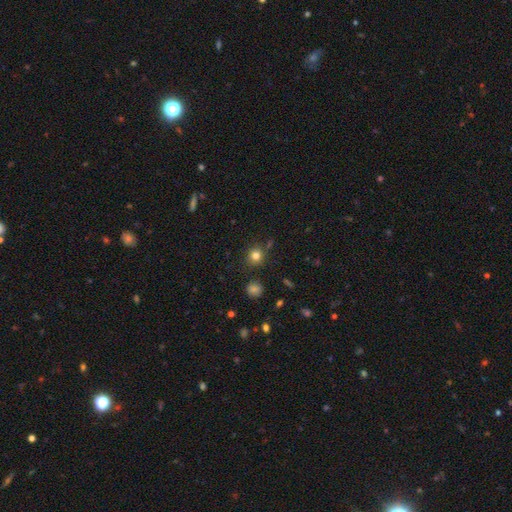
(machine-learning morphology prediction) smooth_or_featured: smooth (p=0.80) [alt: star or artifact p=0.14]
how_rounded: round (p=0.89) [alt: in between p=0.10]
merging: none (p=0.84) [alt: minor disturbance p=0.09]